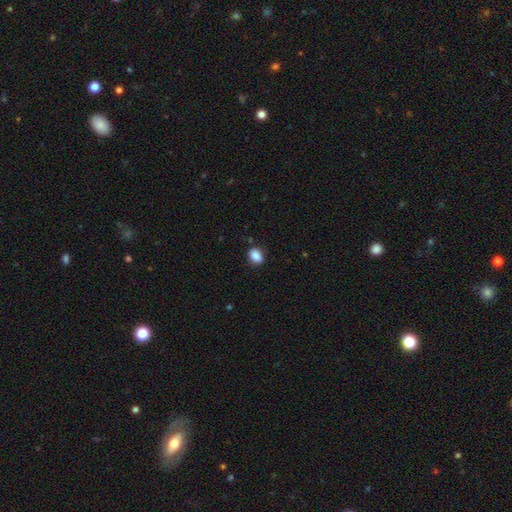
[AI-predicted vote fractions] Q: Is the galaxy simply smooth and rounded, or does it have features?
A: smooth — 88%.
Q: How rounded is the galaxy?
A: in between — 68%.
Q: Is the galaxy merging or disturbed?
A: none — 84%.